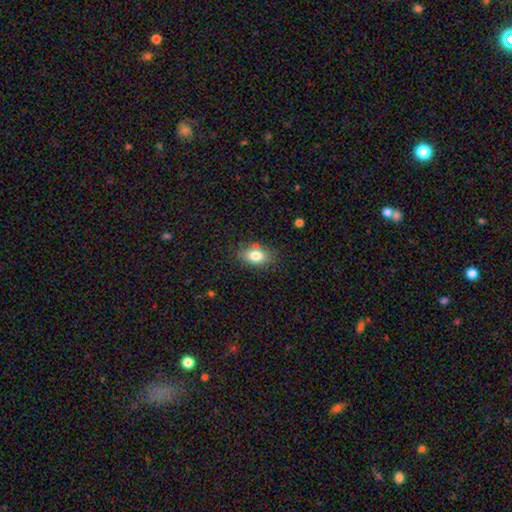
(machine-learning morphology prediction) Smooth or featured?
  - smooth: 79% *
  - featured or disk: 12%
  - star or artifact: 9%
How rounded?
  - in between: 81% *
  - round: 17%
  - cigar-shaped: 2%
Merging?
  - none: 76% *
  - minor disturbance: 15%
  - merger: 5%
  - major disturbance: 4%